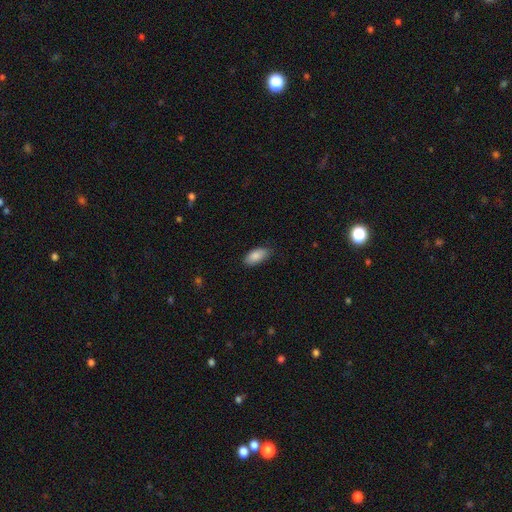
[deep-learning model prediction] Morphology: type=smooth (88%); roundness=in between (92%); merging=none (83%).